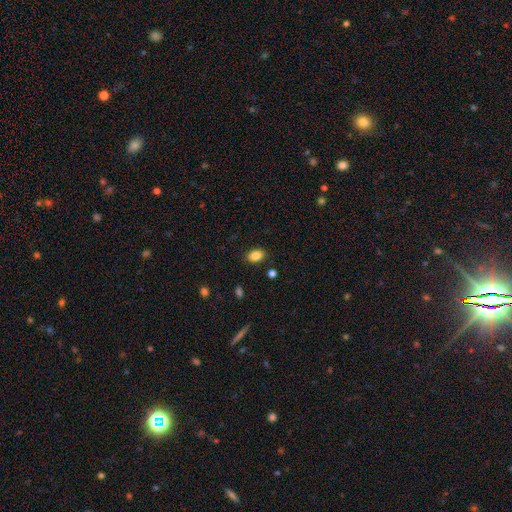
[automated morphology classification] Smooth or featured? Predicted: smooth (p=0.86). How rounded? Predicted: in between (p=0.83). Merging? Predicted: none (p=0.86).